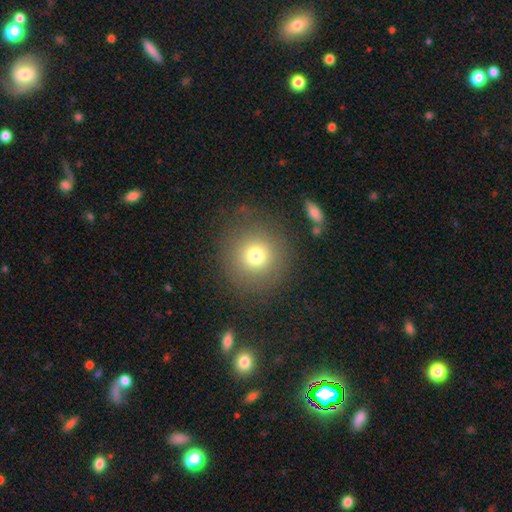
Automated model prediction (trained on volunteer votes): Q: Smooth or featured?
A: smooth (73%); runner-up: star or artifact (15%)
Q: How rounded?
A: round (94%); runner-up: in between (5%)
Q: Merging?
A: none (84%); runner-up: minor disturbance (9%)